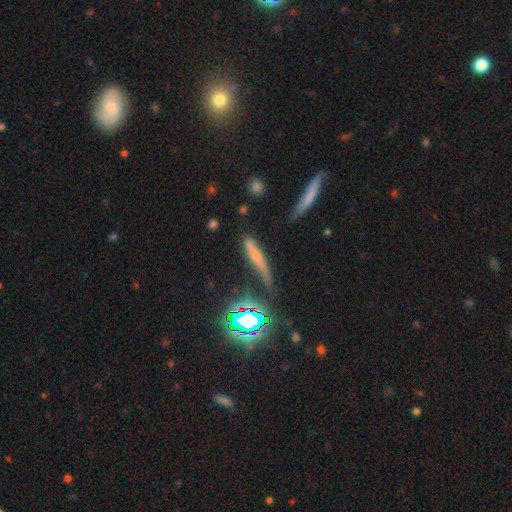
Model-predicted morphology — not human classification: Overall: smooth (57%; featured or disk 25%). How rounded: cigar-shaped (87%). Merging: none (60%; minor disturbance 23%).